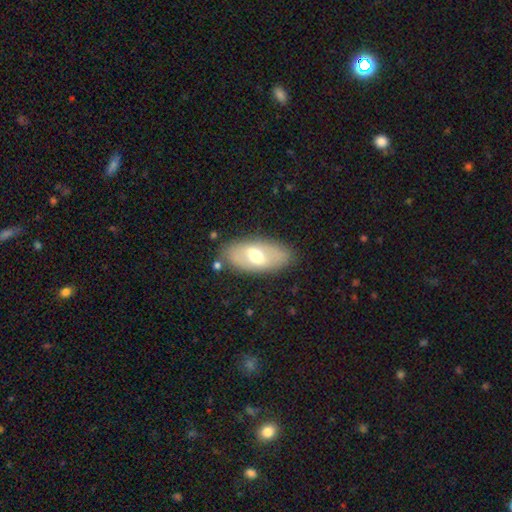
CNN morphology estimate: The model was most divided on "smooth or featured": smooth: 48%, featured or disk: 46%, star or artifact: 6%. More confident: merging — none (80%).